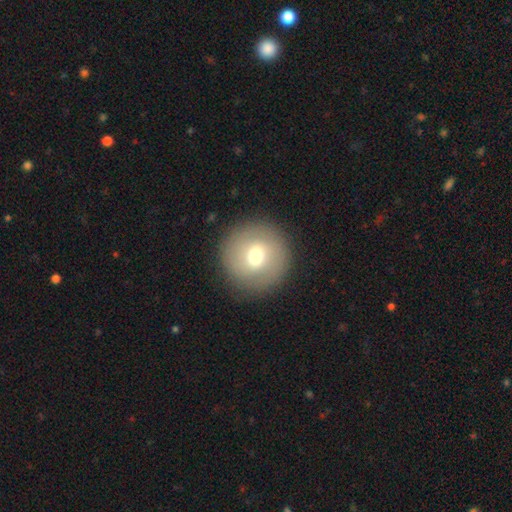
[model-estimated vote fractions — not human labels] smooth_or_featured: smooth (p=0.65) [alt: featured or disk p=0.24]
how_rounded: round (p=0.96) [alt: in between p=0.03]
merging: none (p=0.90) [alt: minor disturbance p=0.06]